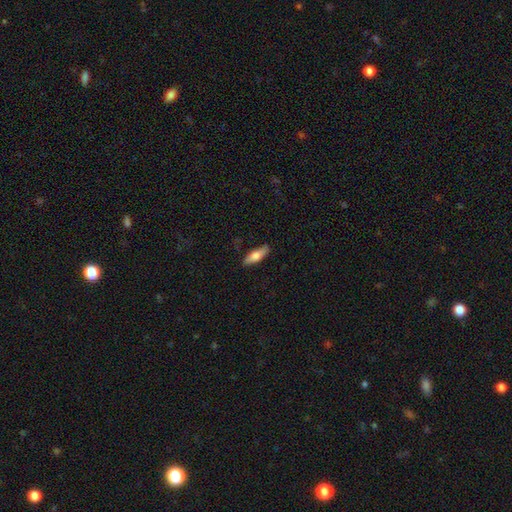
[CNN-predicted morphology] Q: Smooth or featured?
A: smooth (66%); runner-up: featured or disk (28%)
Q: How rounded?
A: in between (50%); runner-up: cigar-shaped (48%)
Q: Merging?
A: none (87%); runner-up: minor disturbance (10%)